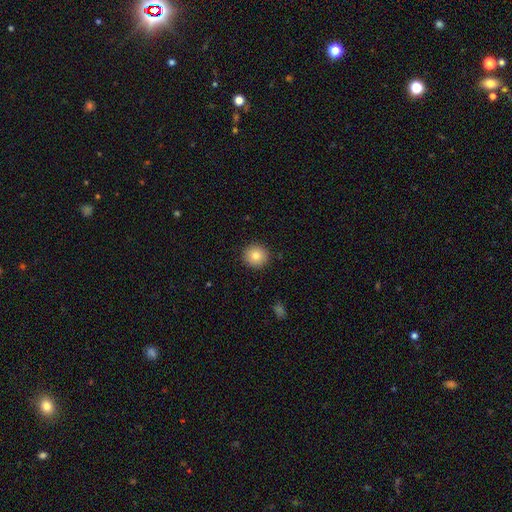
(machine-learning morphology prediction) smooth 81%, star or artifact 10%, featured or disk 9%. Down the decision tree: how rounded — round (94%); merging — none (91%).